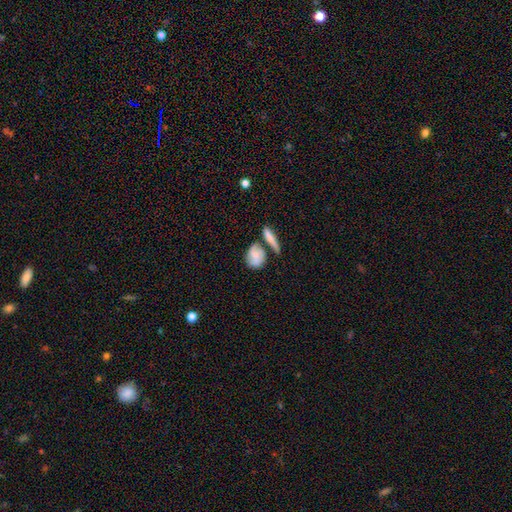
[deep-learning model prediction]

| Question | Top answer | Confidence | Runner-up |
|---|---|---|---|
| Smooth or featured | smooth | 59% | featured or disk (34%) |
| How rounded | in between | 57% | round (36%) |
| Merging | none | 44% | merger (31%) |